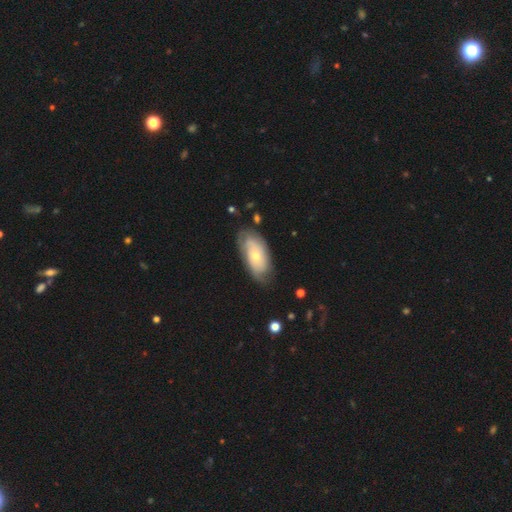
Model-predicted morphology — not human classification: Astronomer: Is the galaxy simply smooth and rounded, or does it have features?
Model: featured or disk — 54% (runner-up: smooth, 40%).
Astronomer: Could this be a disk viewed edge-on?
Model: no — 90%.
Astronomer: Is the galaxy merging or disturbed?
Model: none — 69%.